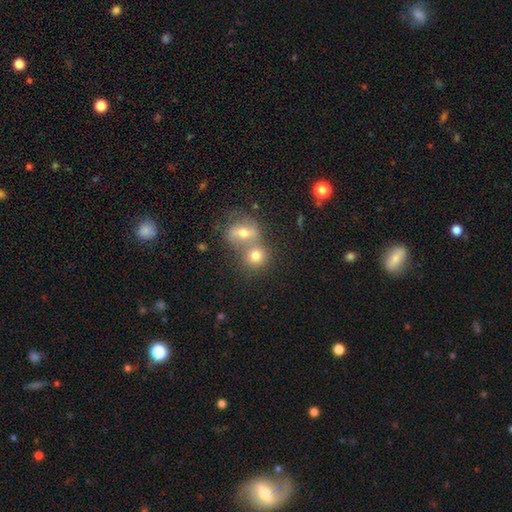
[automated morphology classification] A smooth galaxy with no disk features (73%) that is round (78%).

Vote fractions:
- Smooth or featured? smooth: 73% / featured or disk: 15% / star or artifact: 12%
- How rounded? round: 78% / in between: 21% / cigar-shaped: 1%
- Merging? merger: 50% / none: 39% / minor disturbance: 7% / major disturbance: 3%